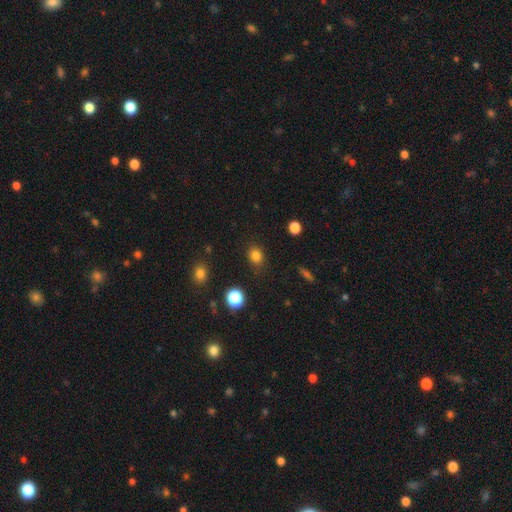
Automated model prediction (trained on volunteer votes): smooth 81%, star or artifact 14%, featured or disk 5%. Down the decision tree: how rounded — round (60%); merging — none (83%).